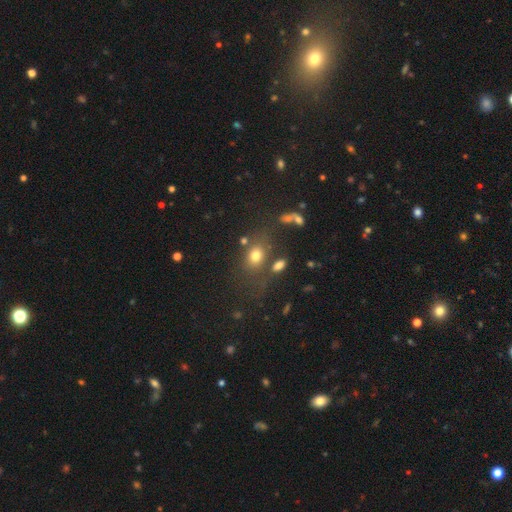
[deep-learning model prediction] Morphology: type=smooth (73%); roundness=in between (57%); merging=none (64%).